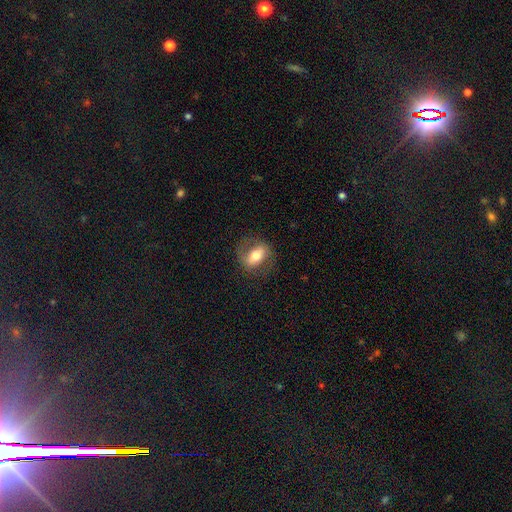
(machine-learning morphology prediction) Smooth or featured? Predicted: smooth (p=0.52). How rounded? Predicted: in between (p=0.71). Merging? Predicted: none (p=0.76).